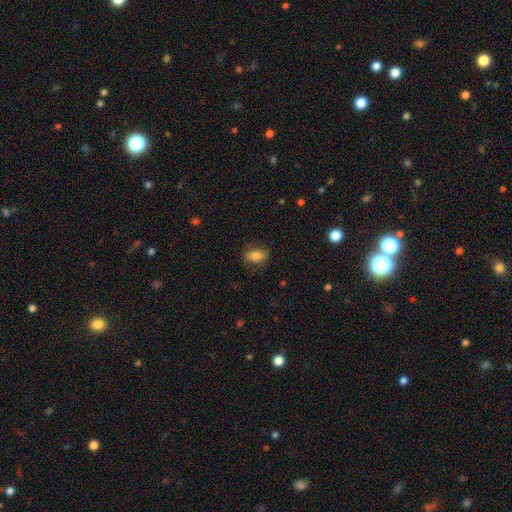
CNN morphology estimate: A smooth galaxy with no disk features (80%) that is in between round and cigar-shaped (83%). Merging: none (80%).